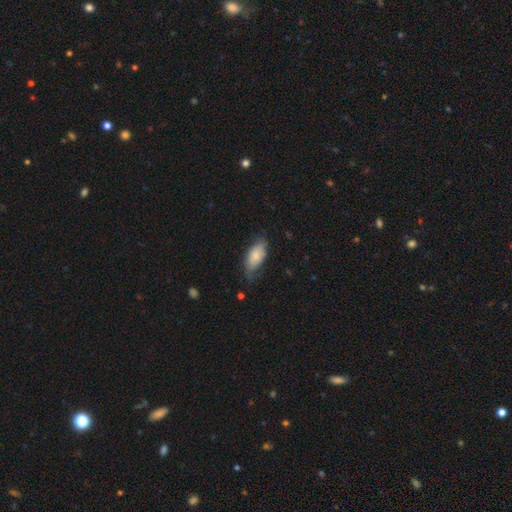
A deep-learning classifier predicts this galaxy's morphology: type=smooth (72%); roundness=in between (90%); merging=none (54%).